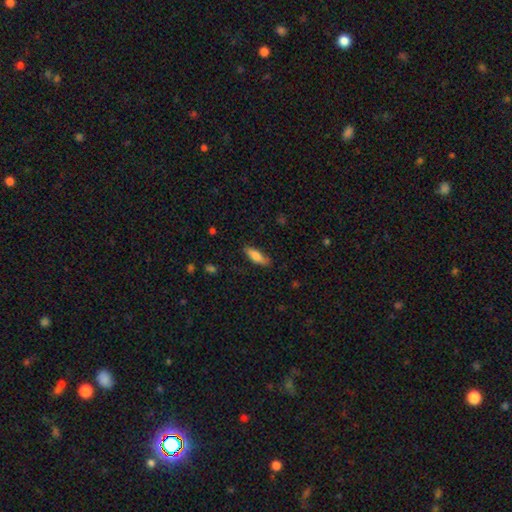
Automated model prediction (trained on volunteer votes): smooth_or_featured: smooth (p=0.77) [alt: featured or disk p=0.16]
how_rounded: in between (p=0.53) [alt: cigar-shaped p=0.45]
merging: none (p=0.81) [alt: minor disturbance p=0.15]